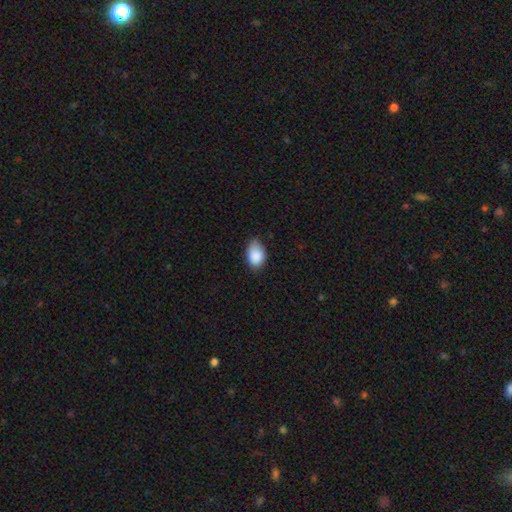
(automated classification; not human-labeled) Smooth or featured? smooth (88%)
How rounded? in between (86%)
Merging? none (58%)